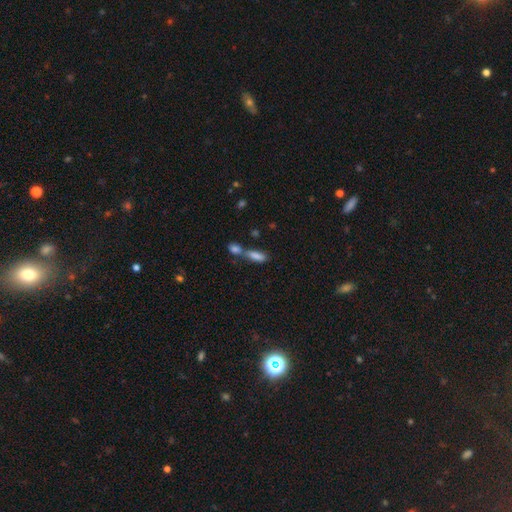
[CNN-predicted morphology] Smooth or featured? Predicted: smooth (p=0.82). How rounded? Predicted: in between (p=0.66). Merging? Predicted: merger (p=0.55).